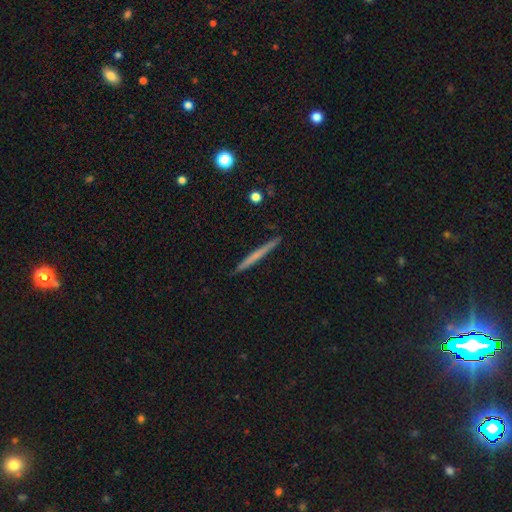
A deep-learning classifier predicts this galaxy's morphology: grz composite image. It shows a smooth galaxy with no disk features (51%) that is cigar-shaped (96%). Merging: none (92%).